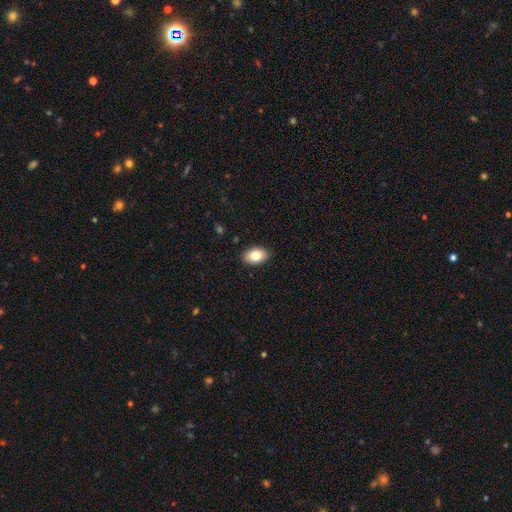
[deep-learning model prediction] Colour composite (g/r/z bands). It shows a smooth galaxy with no disk features (82%) that is in between round and cigar-shaped (91%). Merging: none (90%).